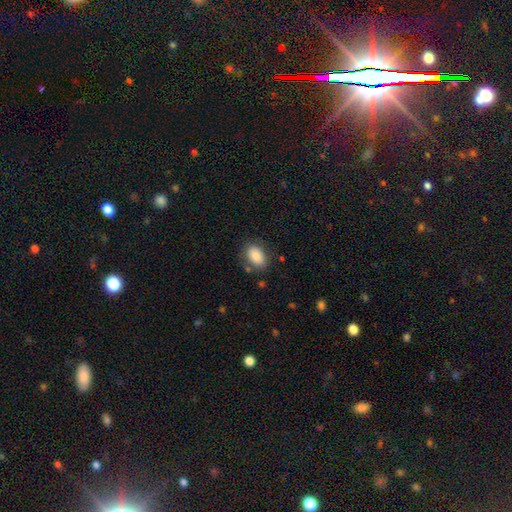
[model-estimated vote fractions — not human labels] smooth 83%, featured or disk 10%, star or artifact 7%. Down the decision tree: how rounded — in between (88%); merging — none (76%).